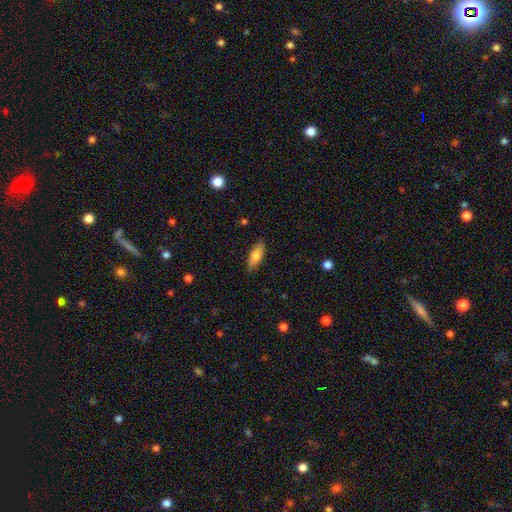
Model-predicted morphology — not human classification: Q: Smooth or featured?
A: smooth (77%); runner-up: featured or disk (17%)
Q: How rounded?
A: in between (66%); runner-up: cigar-shaped (32%)
Q: Merging?
A: none (86%); runner-up: minor disturbance (11%)